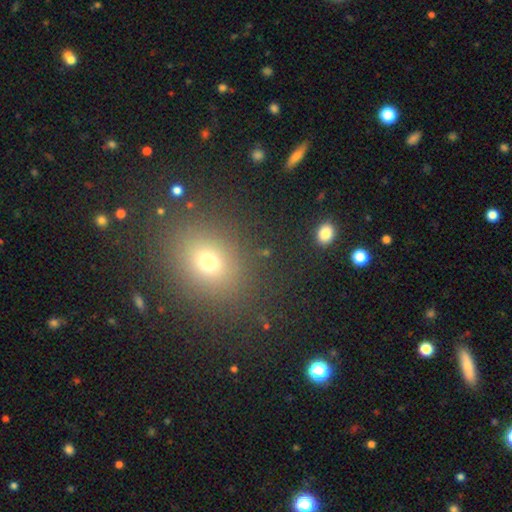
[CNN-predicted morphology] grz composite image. It shows a smooth galaxy with no disk features (62%) that is round (54%). Merging: none (89%).